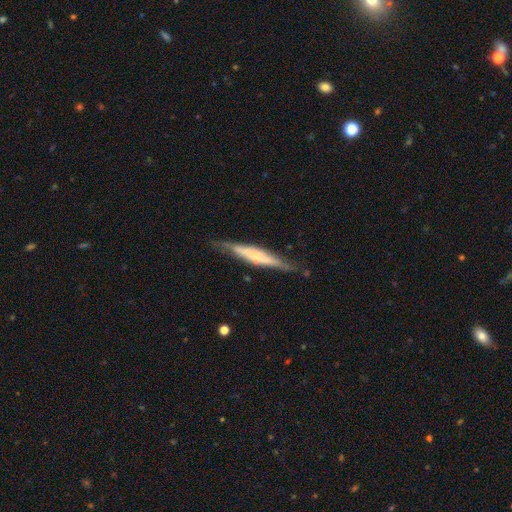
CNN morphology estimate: A featured or disk galaxy (65%) viewed edge-on (92%) with a rounded central bulge (45%). Merging: none (78%).